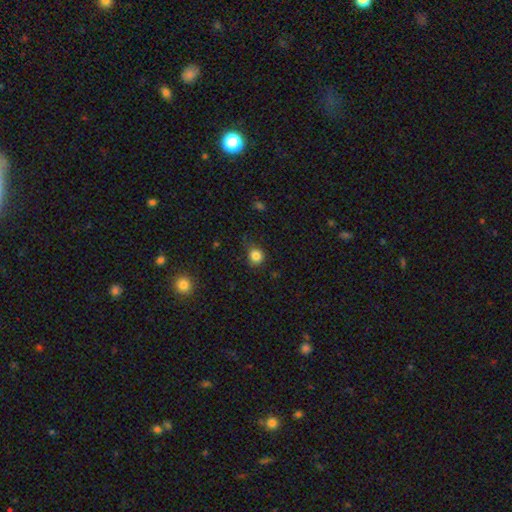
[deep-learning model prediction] Smooth or featured? Predicted: smooth (p=0.83). How rounded? Predicted: round (p=0.83). Merging? Predicted: none (p=0.66).